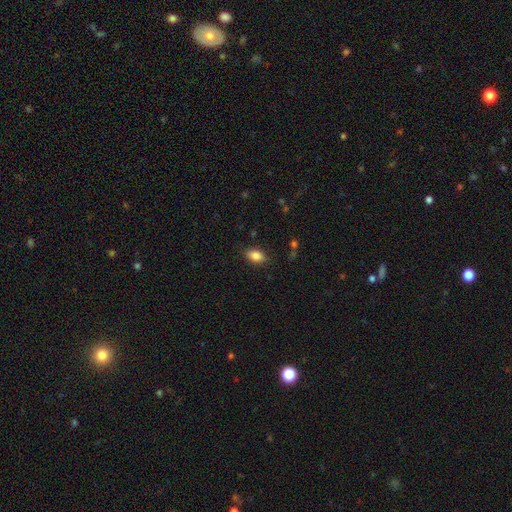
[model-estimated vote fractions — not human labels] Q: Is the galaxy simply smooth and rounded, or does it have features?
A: smooth — 86%.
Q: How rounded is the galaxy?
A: in between — 88%.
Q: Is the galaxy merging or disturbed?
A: none — 85%.